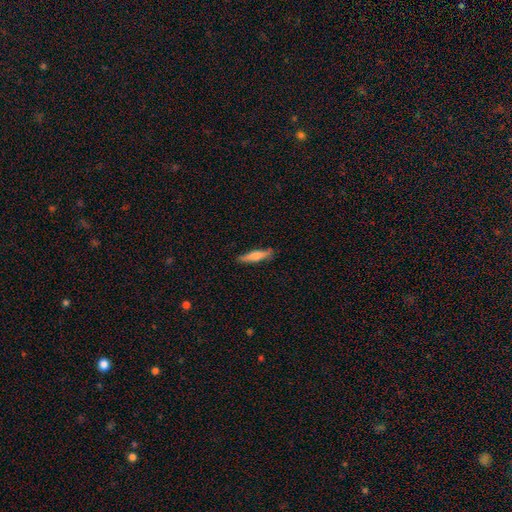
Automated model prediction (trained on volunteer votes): smooth-or-featured: smooth: 65% | featured or disk: 29% | star or artifact: 6%
  how-rounded: cigar-shaped: 83% | in between: 16% | round: 2%
  merging: none: 86% | minor disturbance: 11% | major disturbance: 2% | merger: 1%